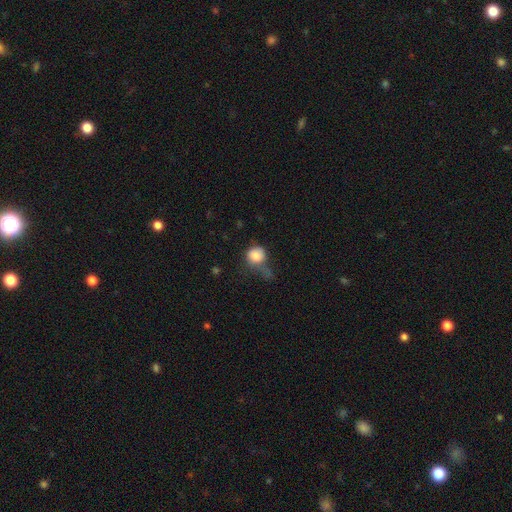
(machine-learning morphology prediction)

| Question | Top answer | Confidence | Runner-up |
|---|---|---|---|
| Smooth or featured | smooth | 80% | featured or disk (11%) |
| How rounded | round | 83% | in between (16%) |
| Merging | none | 32% | major disturbance (30%) |